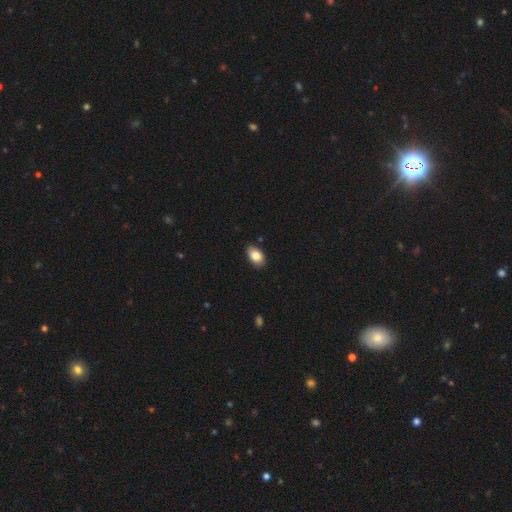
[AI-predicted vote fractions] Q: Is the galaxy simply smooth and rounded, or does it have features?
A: smooth — 85%.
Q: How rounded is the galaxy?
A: in between — 89%.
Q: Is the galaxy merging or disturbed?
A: none — 84%.